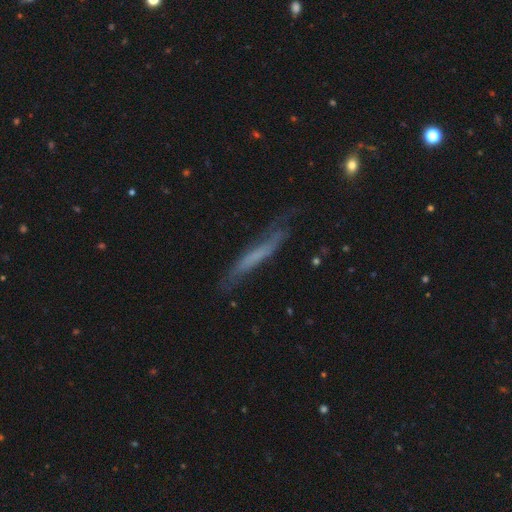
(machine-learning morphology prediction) Smooth or featured?
  - featured or disk: 48% *
  - smooth: 43%
  - star or artifact: 9%
Merging?
  - none: 58% *
  - minor disturbance: 27%
  - major disturbance: 12%
  - merger: 3%